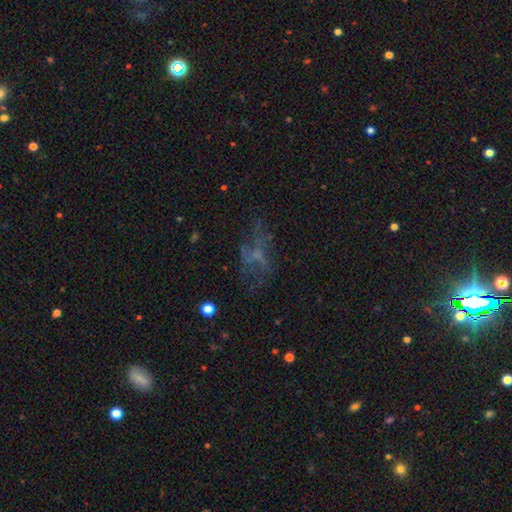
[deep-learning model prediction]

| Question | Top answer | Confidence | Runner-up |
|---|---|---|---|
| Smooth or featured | featured or disk | 47% | smooth (30%) |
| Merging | none | 47% | major disturbance (31%) |